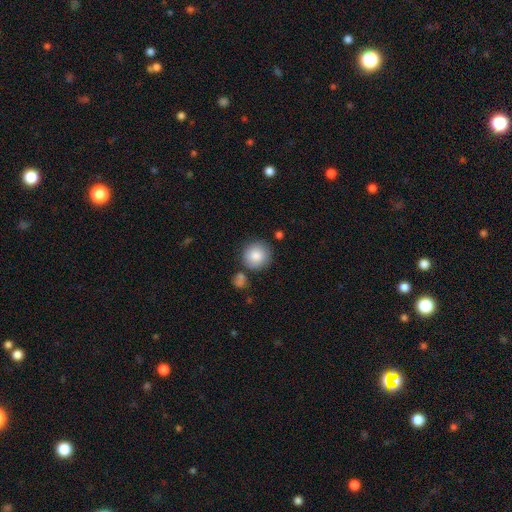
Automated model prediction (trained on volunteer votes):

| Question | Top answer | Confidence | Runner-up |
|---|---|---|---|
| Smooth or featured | smooth | 86% | star or artifact (8%) |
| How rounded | round | 92% | in between (7%) |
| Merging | none | 80% | minor disturbance (11%) |